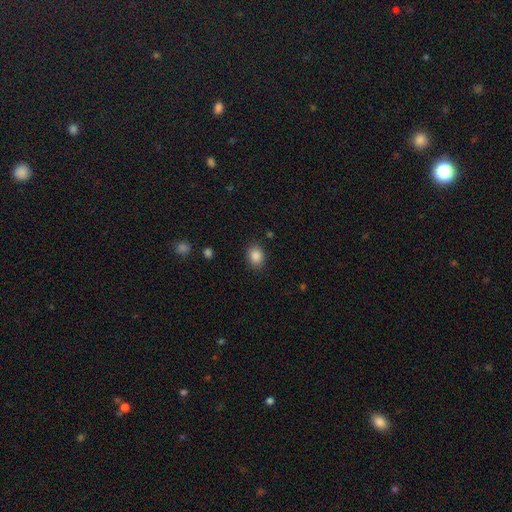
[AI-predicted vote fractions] smooth 87%, star or artifact 9%, featured or disk 4%. Down the decision tree: how rounded — in between (50%); merging — none (86%).